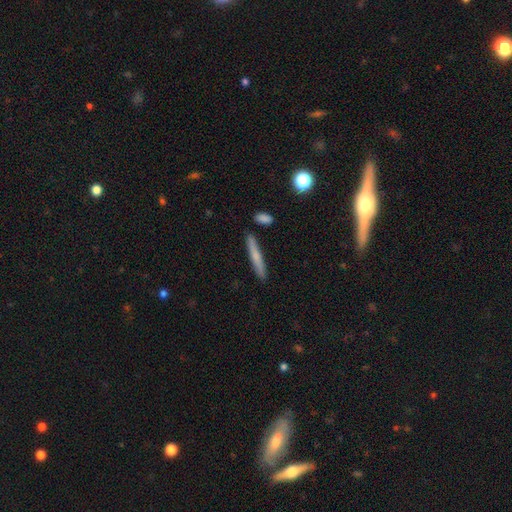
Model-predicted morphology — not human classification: This appears to be a smooth galaxy with no disk features (65%) that is cigar-shaped (94%). Merging: none (87%).